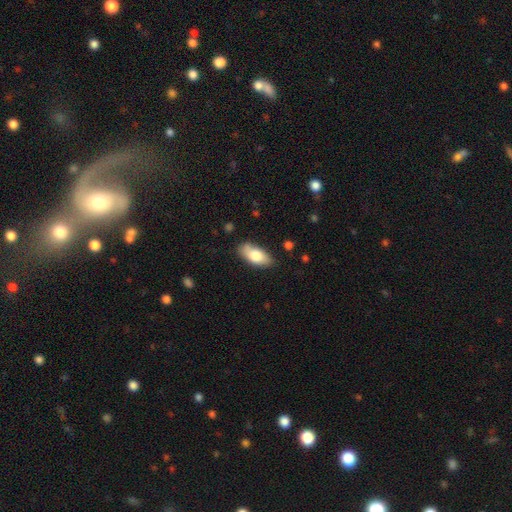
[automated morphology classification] smooth_or_featured: smooth (p=0.76) [alt: featured or disk p=0.18]
how_rounded: in between (p=0.89) [alt: cigar-shaped p=0.08]
merging: none (p=0.77) [alt: minor disturbance p=0.17]